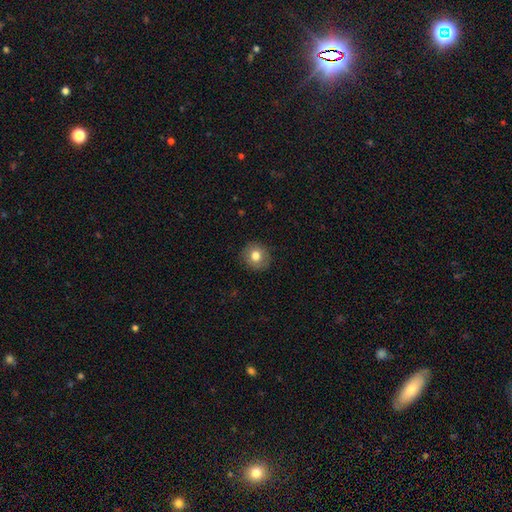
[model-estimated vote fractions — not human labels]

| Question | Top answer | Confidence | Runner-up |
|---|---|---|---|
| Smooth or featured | smooth | 78% | featured or disk (13%) |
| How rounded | round | 87% | in between (12%) |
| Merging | none | 89% | minor disturbance (8%) |